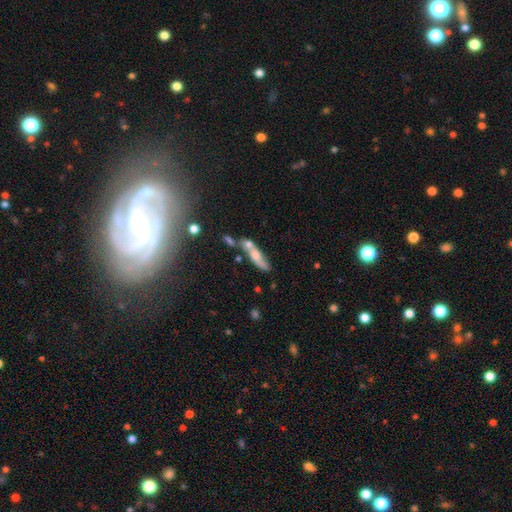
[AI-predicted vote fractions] smooth 55%, featured or disk 36%, star or artifact 9%. Down the decision tree: how rounded — cigar-shaped (63%); merging — merger (45%).